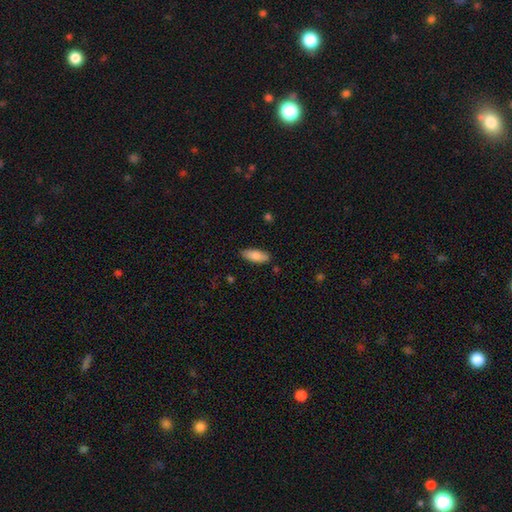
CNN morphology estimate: This is clearly a smooth galaxy (83%). How rounded: likely in between (75%). Merging: clearly none (84%).